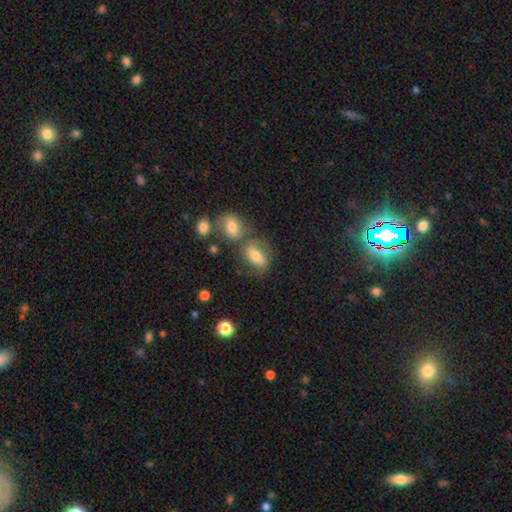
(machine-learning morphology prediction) Smooth or featured: smooth — 63% (featured or disk — 27%)
How rounded: in between — 79% (round — 17%)
Merging: none — 48% (merger — 27%)